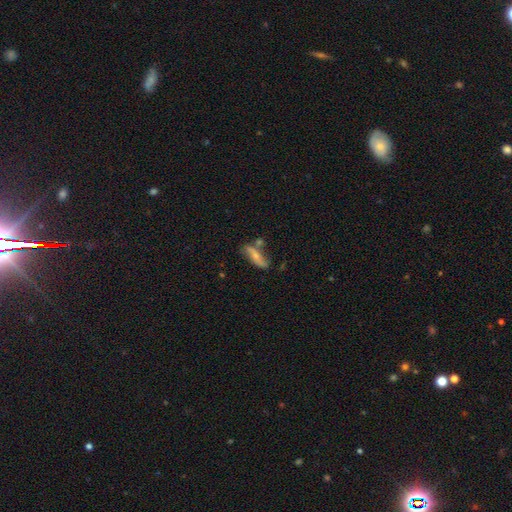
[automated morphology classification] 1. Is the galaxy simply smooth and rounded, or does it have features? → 52% featured or disk, 41% smooth, 7% star or artifact.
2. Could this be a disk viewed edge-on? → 72% no, 28% yes.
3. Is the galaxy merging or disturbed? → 55% none, 21% minor disturbance, 16% merger, 8% major disturbance.